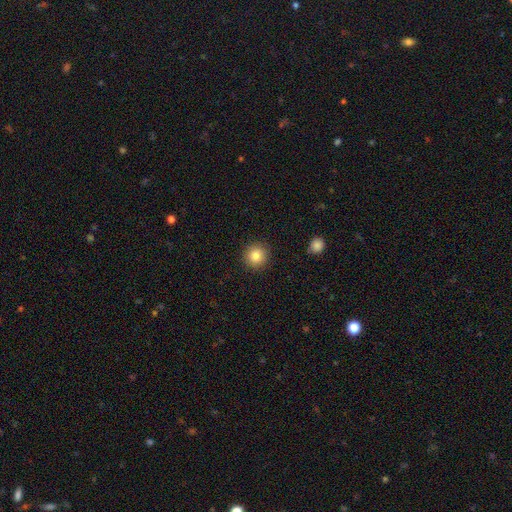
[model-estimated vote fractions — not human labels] This appears to be a smooth galaxy with no disk features (84%) that is round (94%). Merging: none (92%).